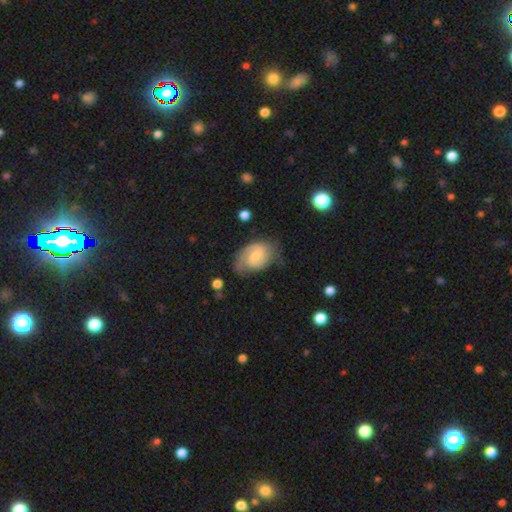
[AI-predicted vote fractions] The model was most divided on "spiral winding": tight: 44%, medium: 43%, loose: 13%. Remaining: edge-on disk — no (97%); spiral arms — yes (95%); smooth or featured — featured or disk (76%); spiral arm count — 2 (73%); merging — none (65%); bar — weak (48%); bulge size — small (47%).